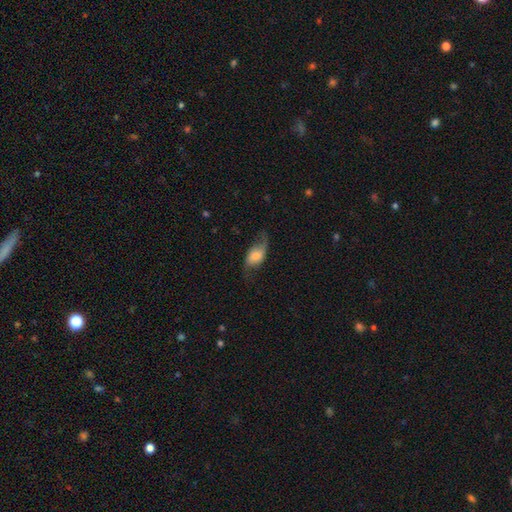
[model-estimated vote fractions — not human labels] Smooth or featured? featured or disk (47%)
Merging? none (57%)